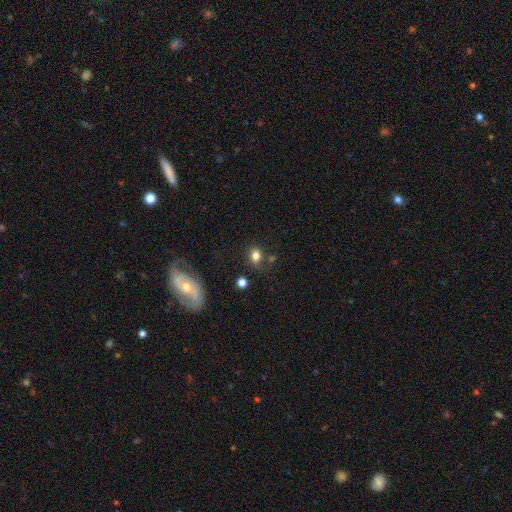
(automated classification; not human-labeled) Smooth or featured? smooth (79%)
How rounded? in between (51%)
Merging? none (71%)